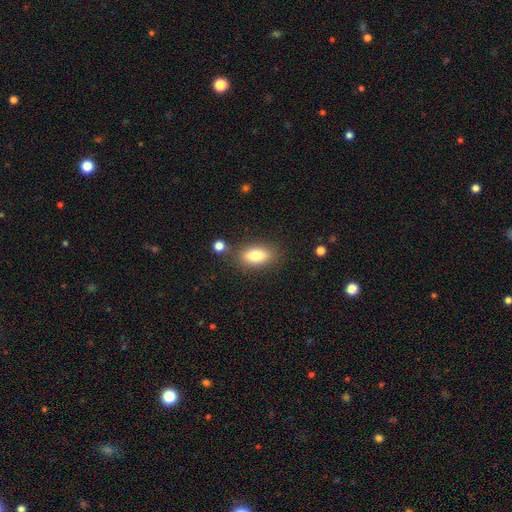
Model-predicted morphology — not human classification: type=smooth (78%); roundness=in between (83%); merging=none (78%).